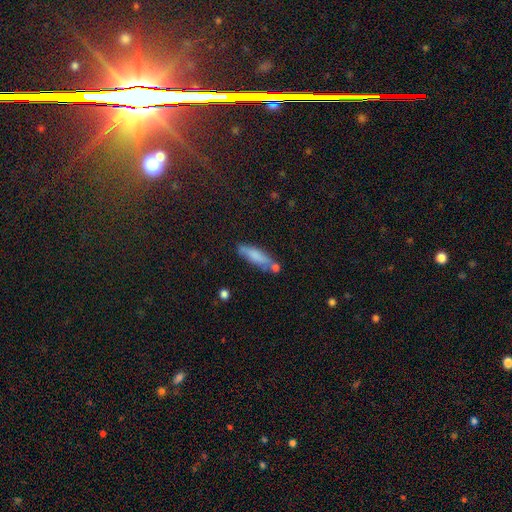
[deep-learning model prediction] A smooth galaxy with no disk features (74%) that is cigar-shaped (66%). Merging: none (64%).